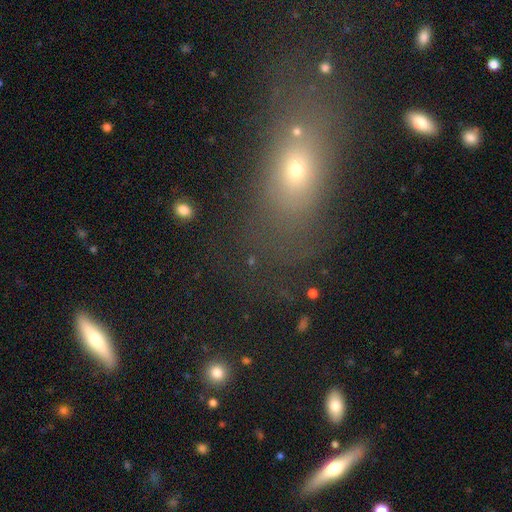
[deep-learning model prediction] This is possibly a smooth galaxy (52%). How rounded: possibly in between (56%). Merging: likely none (68%).